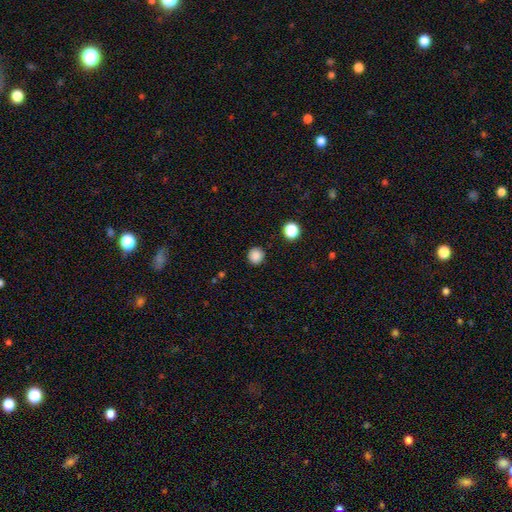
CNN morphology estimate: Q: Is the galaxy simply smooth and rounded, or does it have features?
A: smooth — 86%.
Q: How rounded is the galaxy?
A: round — 90%.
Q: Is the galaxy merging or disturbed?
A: none — 90%.